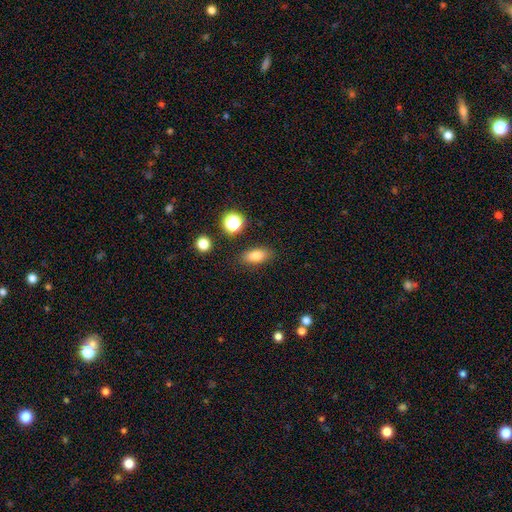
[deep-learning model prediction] smooth 80%, star or artifact 11%, featured or disk 9%. Down the decision tree: how rounded — in between (81%); merging — none (85%).